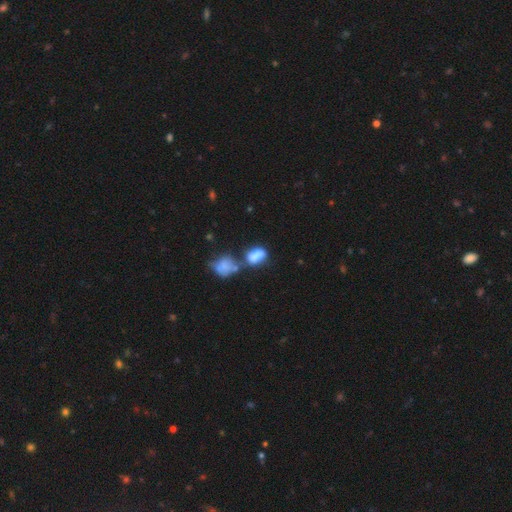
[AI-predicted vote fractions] smooth 71%, featured or disk 18%, star or artifact 10%. Down the decision tree: how rounded — in between (81%); merging — merger (47%).